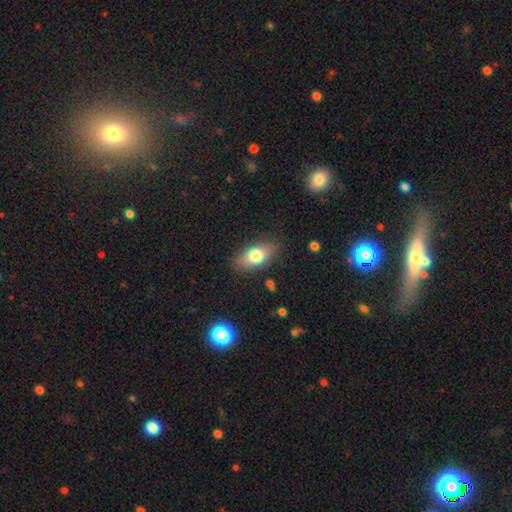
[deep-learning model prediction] Overall: smooth (74%). How rounded: in between (86%). Merging: none (83%).